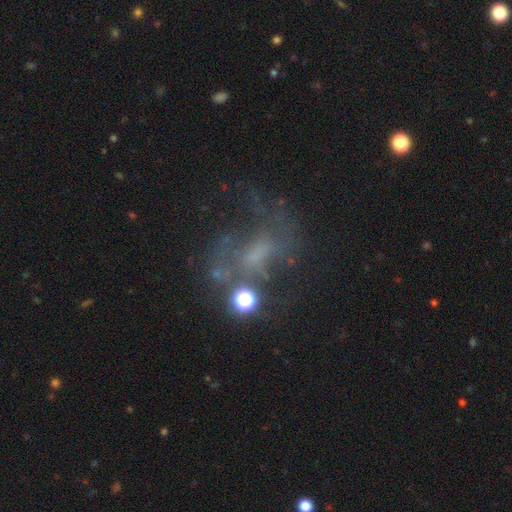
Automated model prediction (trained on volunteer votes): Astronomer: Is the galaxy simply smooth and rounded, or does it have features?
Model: featured or disk — 58%.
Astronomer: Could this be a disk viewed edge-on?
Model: no — 97%.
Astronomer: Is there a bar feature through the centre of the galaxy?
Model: no — 56% (runner-up: weak, 34%).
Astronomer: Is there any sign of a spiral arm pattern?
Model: yes — 58% (runner-up: no, 42%).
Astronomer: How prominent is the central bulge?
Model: none — 42% (runner-up: small, 33%).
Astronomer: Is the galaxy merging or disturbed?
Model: none — 41% (runner-up: major disturbance, 32%).